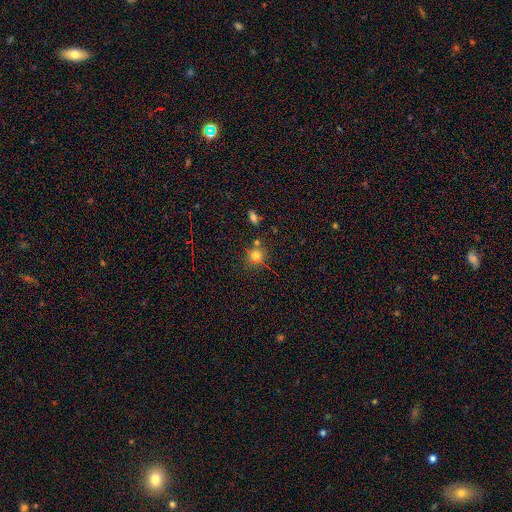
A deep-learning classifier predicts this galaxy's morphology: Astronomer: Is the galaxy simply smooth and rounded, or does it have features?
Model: smooth — 72%.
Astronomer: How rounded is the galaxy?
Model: round — 87%.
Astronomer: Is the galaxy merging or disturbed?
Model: none — 71%.